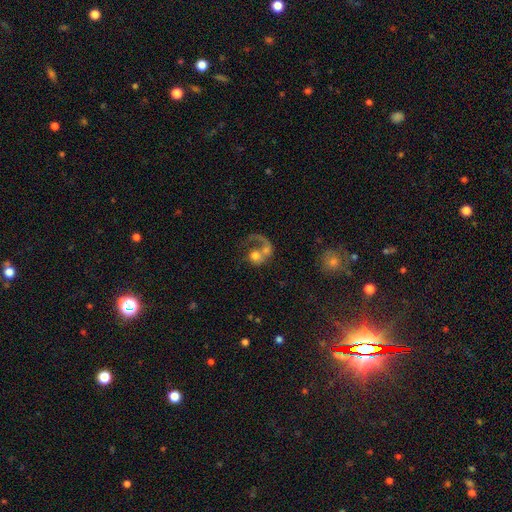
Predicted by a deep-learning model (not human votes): The model was most divided on "smooth or featured": featured or disk: 53%, smooth: 37%, star or artifact: 9%. Remaining: edge-on disk — no (97%); bar — no (81%); spiral arms — yes (66%); merging — merger (50%); bulge size — moderate (46%).